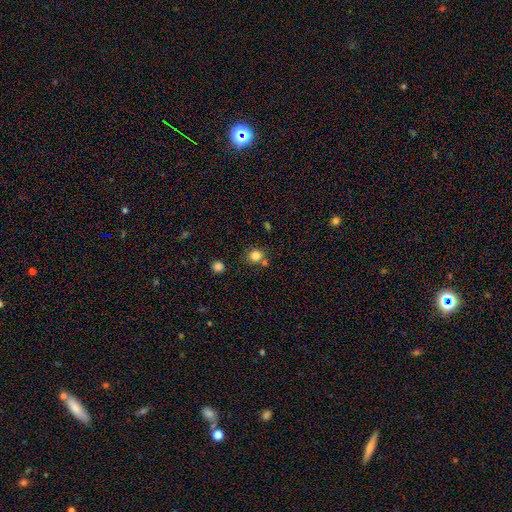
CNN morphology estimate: Overall: smooth (82%). How rounded: round (89%). Merging: none (72%).